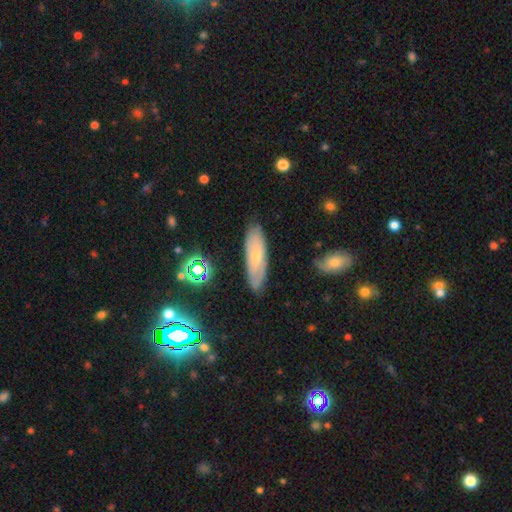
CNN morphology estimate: A smooth galaxy with no disk features (52%) that is cigar-shaped (49%).

Vote fractions:
- Smooth or featured? smooth: 52% / featured or disk: 39% / star or artifact: 9%
- How rounded? cigar-shaped: 49% / in between: 48% / round: 2%
- Merging? none: 82% / minor disturbance: 13% / major disturbance: 3% / merger: 2%